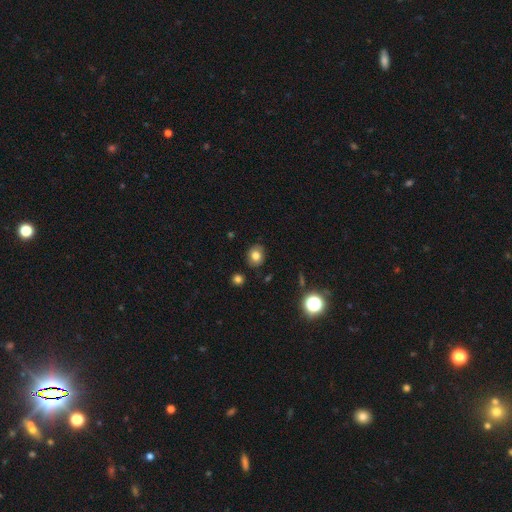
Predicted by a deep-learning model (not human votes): Morphology: type=smooth (78%); roundness=round (61%); merging=none (85%).